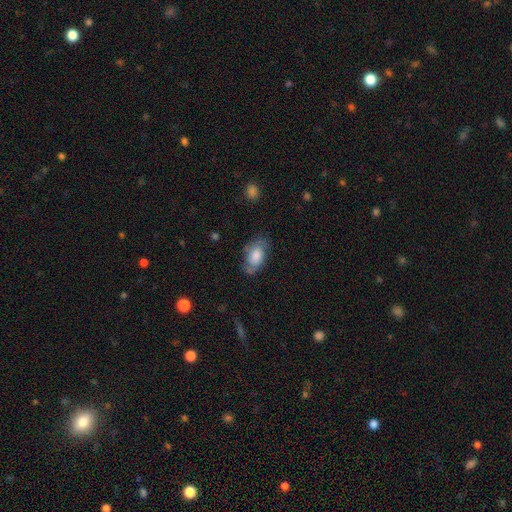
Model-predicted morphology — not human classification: Smooth or featured?
  - smooth: 54% *
  - featured or disk: 38%
  - star or artifact: 8%
How rounded?
  - in between: 90% *
  - round: 8%
  - cigar-shaped: 2%
Merging?
  - none: 64% *
  - minor disturbance: 24%
  - major disturbance: 10%
  - merger: 2%